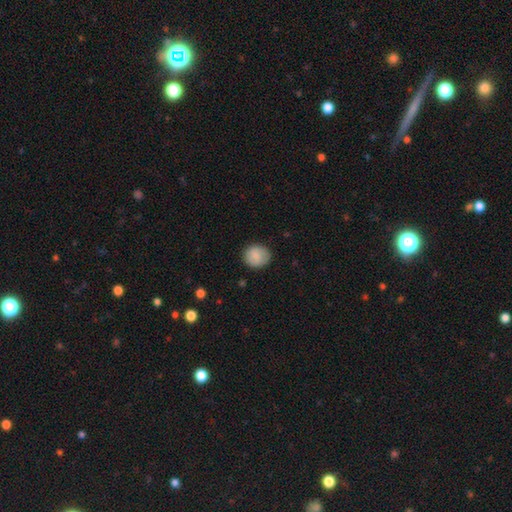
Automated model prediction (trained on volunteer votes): A smooth galaxy with no disk features (87%) that is round (84%). Merging: none (86%).